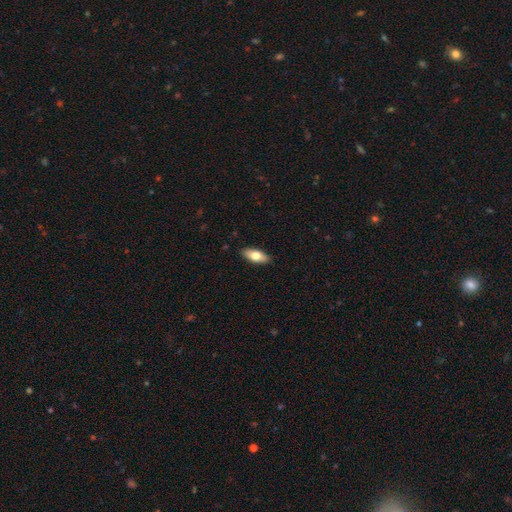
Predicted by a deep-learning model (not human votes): smooth 73%, featured or disk 22%, star or artifact 6%. Down the decision tree: how rounded — in between (81%); merging — none (90%).